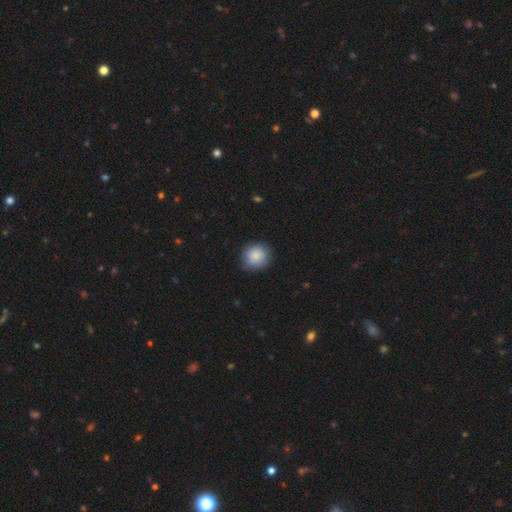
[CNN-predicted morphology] Smooth or featured: smooth — 86% (star or artifact — 7%)
How rounded: round — 88% (in between — 11%)
Merging: none — 84% (minor disturbance — 13%)